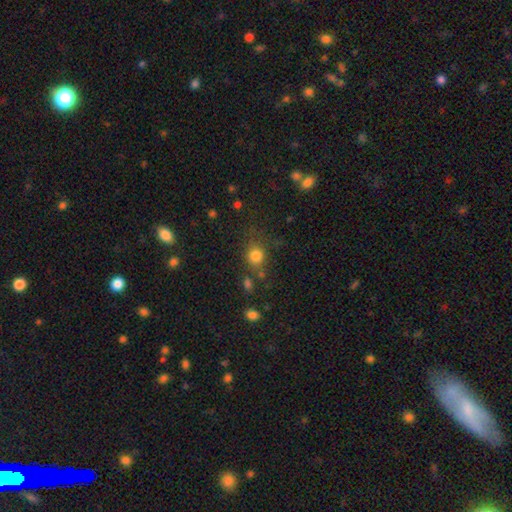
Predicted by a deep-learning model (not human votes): Morphology: type=smooth (80%); roundness=round (80%); merging=none (68%).